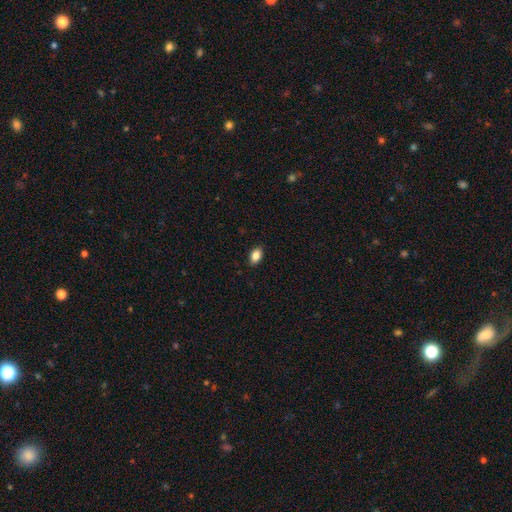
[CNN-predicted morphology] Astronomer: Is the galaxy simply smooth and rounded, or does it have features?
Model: smooth — 87%.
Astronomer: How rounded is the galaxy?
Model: in between — 90%.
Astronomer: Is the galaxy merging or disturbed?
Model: none — 89%.